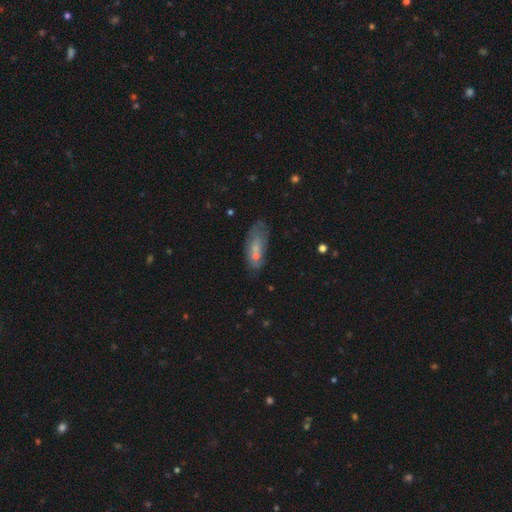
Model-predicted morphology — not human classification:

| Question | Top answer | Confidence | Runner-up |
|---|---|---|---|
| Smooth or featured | smooth | 53% | featured or disk (33%) |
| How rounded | in between | 72% | cigar-shaped (23%) |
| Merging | none | 50% | minor disturbance (25%) |